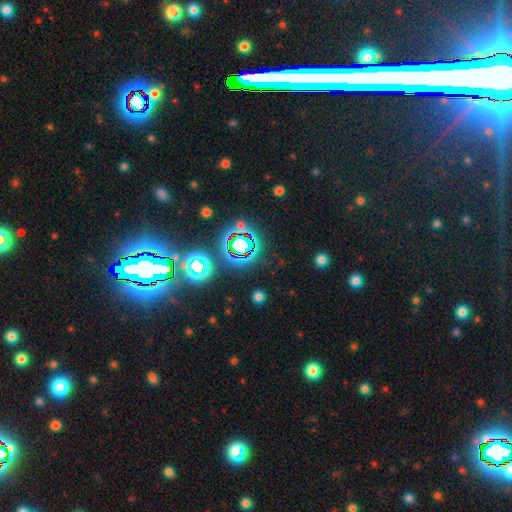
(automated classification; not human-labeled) The model was most divided on "smooth or featured": star or artifact: 75%, smooth: 15%, featured or disk: 10%.